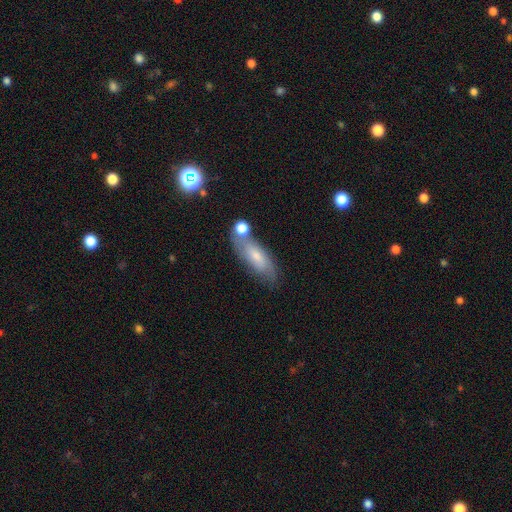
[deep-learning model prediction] smooth 48%, featured or disk 42%, star or artifact 9%. Down the decision tree: merging — none (65%).